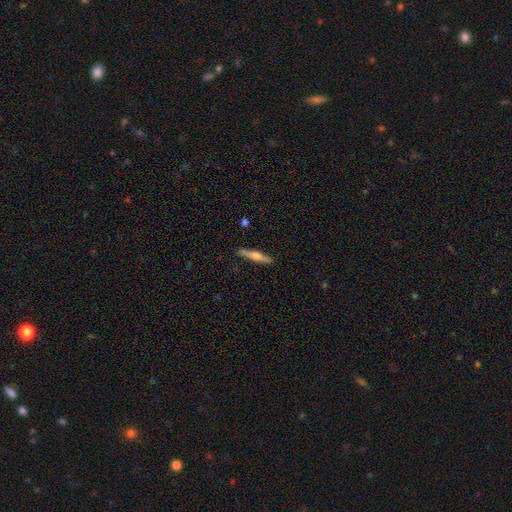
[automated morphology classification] Smooth or featured: featured or disk — 50% (smooth — 44%)
Edge-on disk: yes — 97% (no — 3%)
Merging: none — 90% (minor disturbance — 7%)